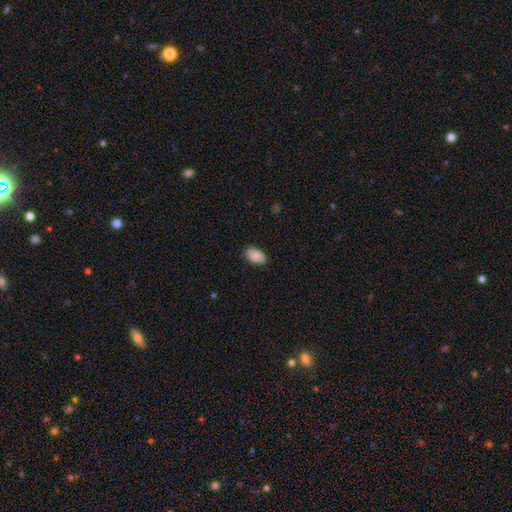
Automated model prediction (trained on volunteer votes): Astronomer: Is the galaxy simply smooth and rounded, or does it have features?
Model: smooth — 88%.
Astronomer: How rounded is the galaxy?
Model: in between — 92%.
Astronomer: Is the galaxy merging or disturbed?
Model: none — 80%.